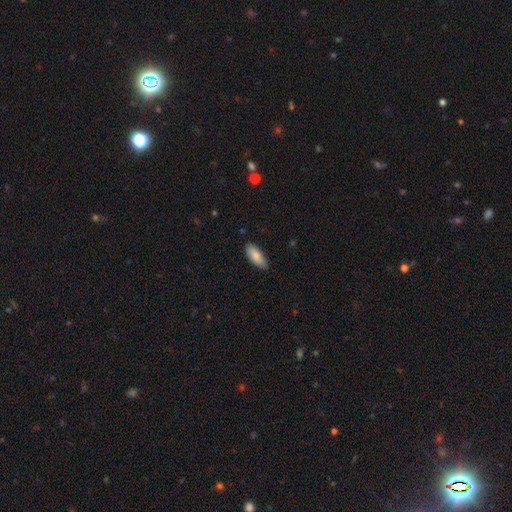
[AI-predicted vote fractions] Overall: smooth (86%). How rounded: in between (74%). Merging: none (83%).